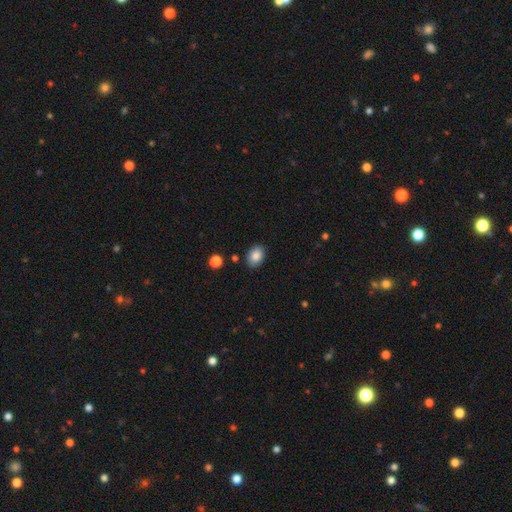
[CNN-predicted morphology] A smooth galaxy with no disk features (86%) that is in between round and cigar-shaped (77%). Merging: none (86%).